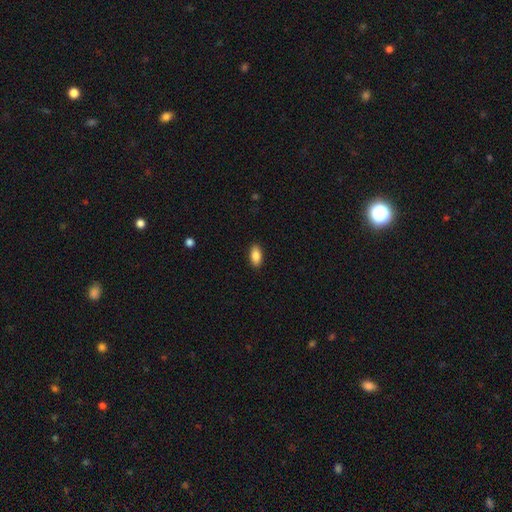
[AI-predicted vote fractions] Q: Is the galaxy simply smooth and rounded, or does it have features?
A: smooth — 86%.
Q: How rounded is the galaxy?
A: in between — 90%.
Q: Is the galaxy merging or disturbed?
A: none — 90%.